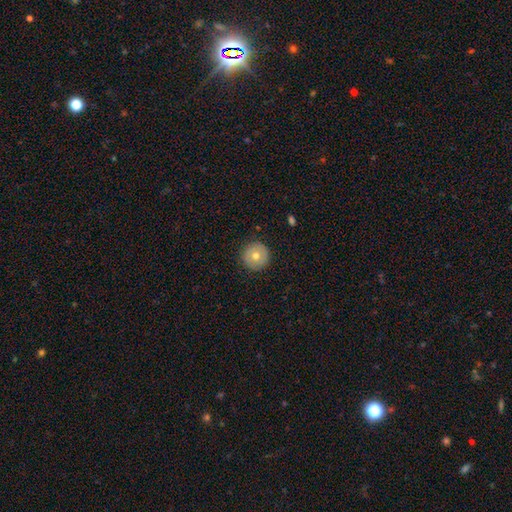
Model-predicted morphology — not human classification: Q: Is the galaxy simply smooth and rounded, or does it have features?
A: smooth — 66%.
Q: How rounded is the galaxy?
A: round — 96%.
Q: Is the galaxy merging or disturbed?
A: none — 91%.